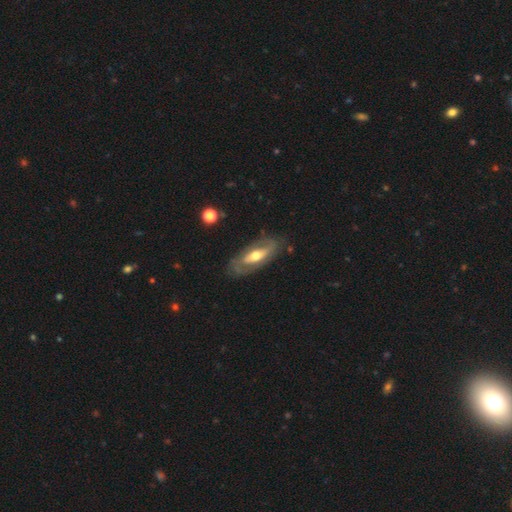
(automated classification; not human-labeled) Smooth or featured?
  - featured or disk: 68% *
  - smooth: 27%
  - star or artifact: 5%
Edge-on disk?
  - no: 81% *
  - yes: 19%
Bar?
  - no: 50% *
  - weak: 27%
  - strong: 24%
Spiral arms?
  - yes: 58% *
  - no: 42%
Bulge size?
  - moderate: 71% *
  - small: 16%
  - large: 12%
  - dominant: 1%
  - none: 1%
Merging?
  - none: 75% *
  - minor disturbance: 16%
  - major disturbance: 7%
  - merger: 2%